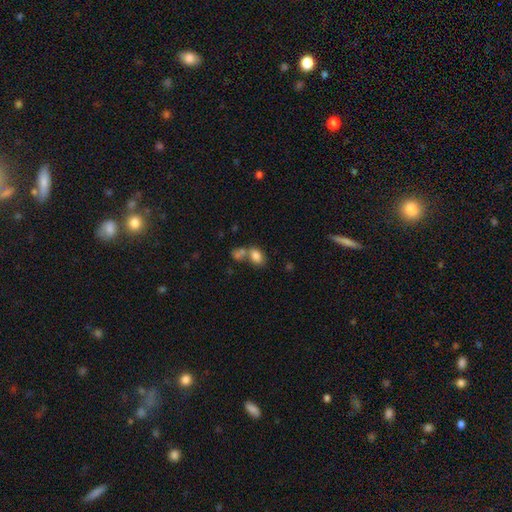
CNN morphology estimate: The model was most divided on "merging": none: 42%, merger: 41%, minor disturbance: 11%, major disturbance: 5%. More confident: how rounded — in between (83%); smooth or featured — smooth (81%).